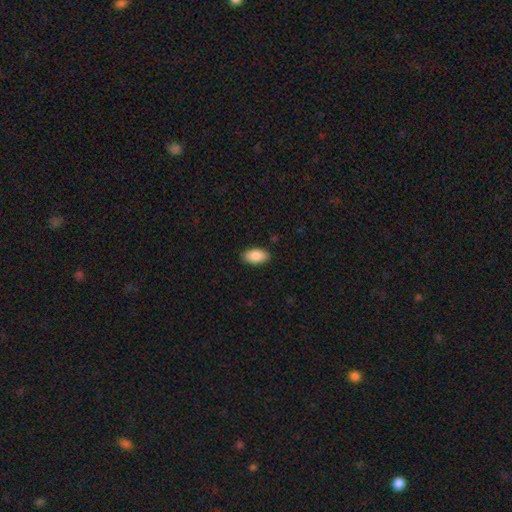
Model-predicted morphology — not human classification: smooth_or_featured: smooth (p=0.88) [alt: star or artifact p=0.06]
how_rounded: in between (p=0.94) [alt: round p=0.03]
merging: none (p=0.88) [alt: minor disturbance p=0.09]